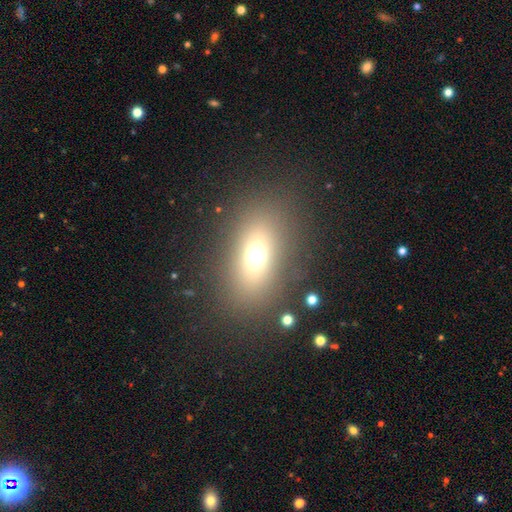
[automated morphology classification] Smooth or featured? Predicted: smooth (p=0.66). How rounded? Predicted: in between (p=0.72). Merging? Predicted: none (p=0.83).